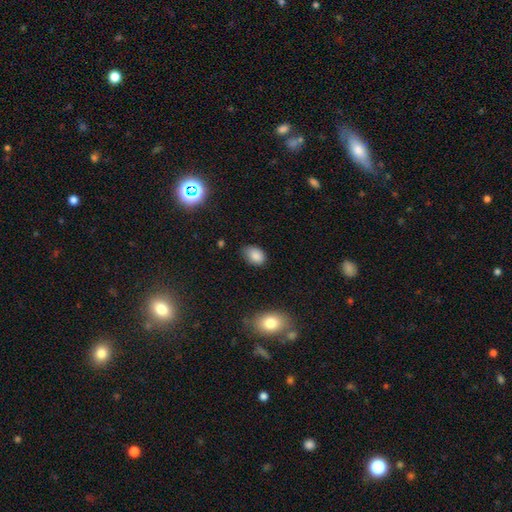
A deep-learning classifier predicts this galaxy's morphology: Smooth or featured? smooth (85%)
How rounded? in between (83%)
Merging? none (71%)